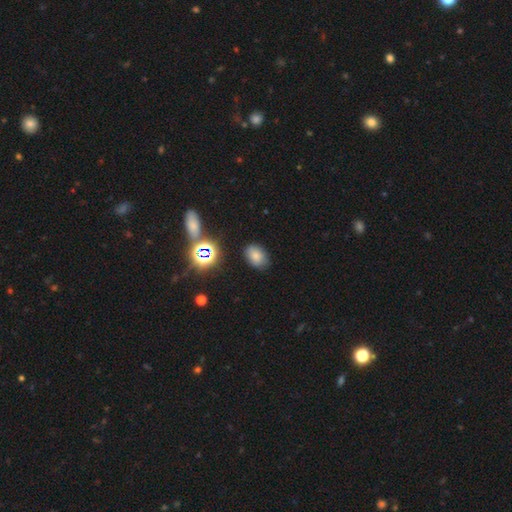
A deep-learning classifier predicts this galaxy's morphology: This is likely a smooth galaxy (73%). How rounded: likely in between (78%). Merging: clearly none (82%).